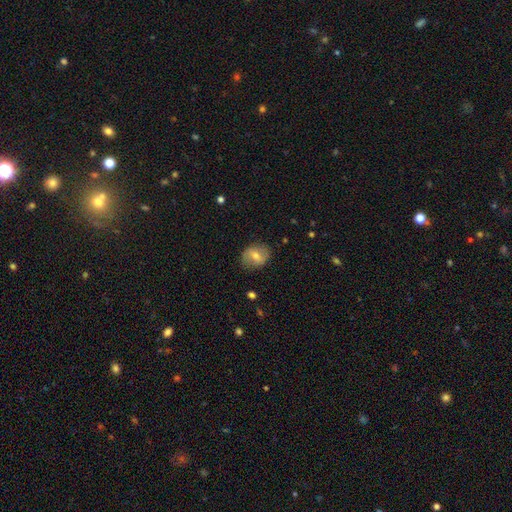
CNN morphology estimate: Smooth or featured?
  - smooth: 51% *
  - featured or disk: 40%
  - star or artifact: 10%
How rounded?
  - round: 52% *
  - in between: 46%
  - cigar-shaped: 2%
Merging?
  - none: 83% *
  - minor disturbance: 13%
  - major disturbance: 4%
  - merger: 1%